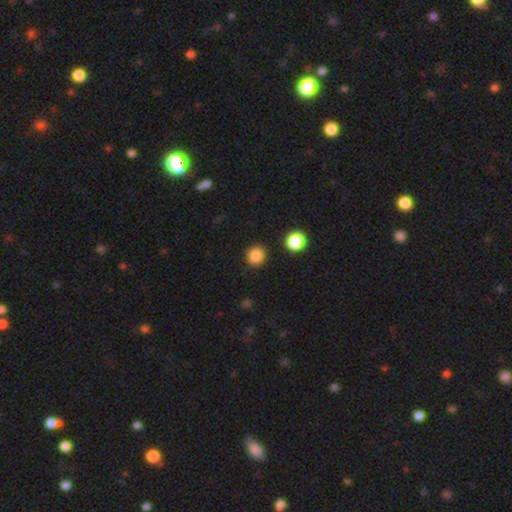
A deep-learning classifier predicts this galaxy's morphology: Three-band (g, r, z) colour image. It shows a smooth galaxy with no disk features (85%) that is round (93%). Merging: none (89%).